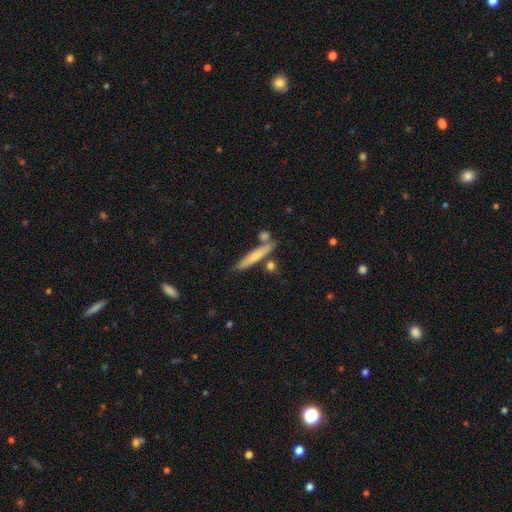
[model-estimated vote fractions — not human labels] Overall: smooth (61%; featured or disk 33%). How rounded: cigar-shaped (92%). Merging: none (74%).